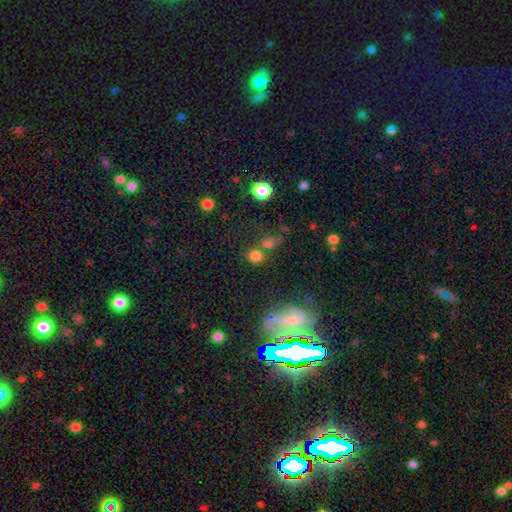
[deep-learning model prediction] smooth-or-featured: smooth: 74% | star or artifact: 18% | featured or disk: 9%
  how-rounded: round: 81% | in between: 17% | cigar-shaped: 1%
  merging: none: 64% | merger: 20% | minor disturbance: 11% | major disturbance: 6%